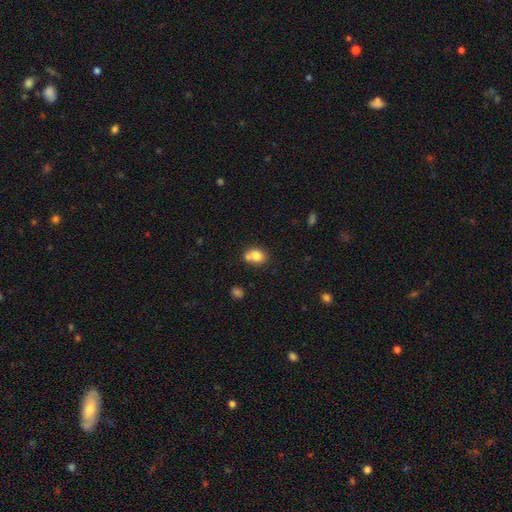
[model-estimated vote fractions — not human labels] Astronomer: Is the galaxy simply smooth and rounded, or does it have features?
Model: smooth — 79%.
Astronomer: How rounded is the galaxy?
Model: round — 50% (runner-up: in between, 49%).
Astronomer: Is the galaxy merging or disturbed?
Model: none — 46% (runner-up: merger, 37%).